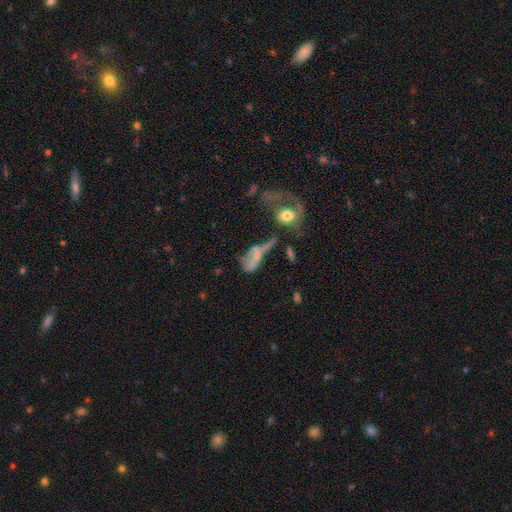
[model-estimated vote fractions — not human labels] A featured or disk galaxy (44%). Merging: major disturbance (34%, tied with merger).